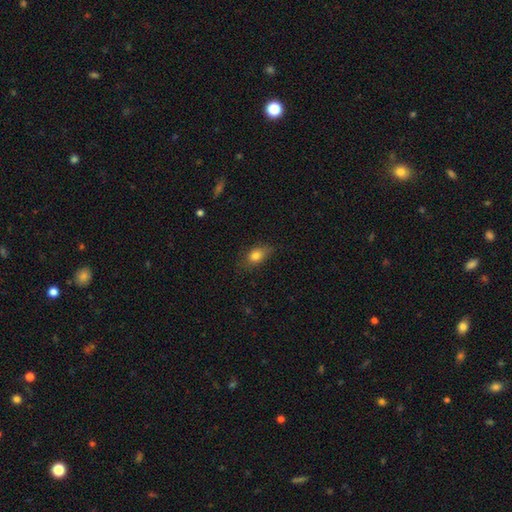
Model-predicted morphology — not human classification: smooth_or_featured: smooth (p=0.80) [alt: featured or disk p=0.10]
how_rounded: in between (p=0.77) [alt: round p=0.18]
merging: none (p=0.71) [alt: minor disturbance p=0.23]